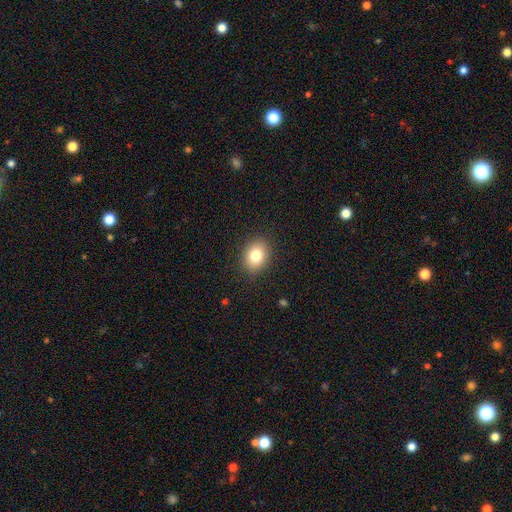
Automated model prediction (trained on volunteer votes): Smooth or featured? smooth (81%)
How rounded? in between (57%)
Merging? none (88%)